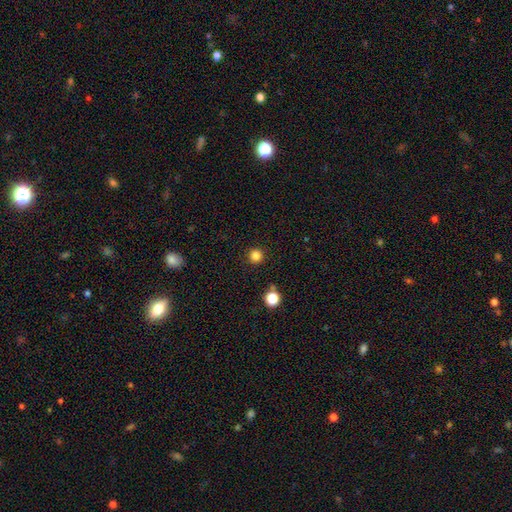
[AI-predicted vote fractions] Smooth or featured? smooth (82%)
How rounded? round (96%)
Merging? none (92%)